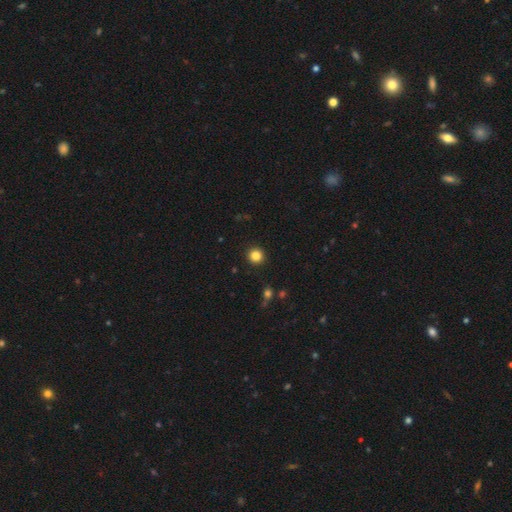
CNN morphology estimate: This is clearly a smooth galaxy (84%). How rounded: clearly round (94%). Merging: clearly none (93%).